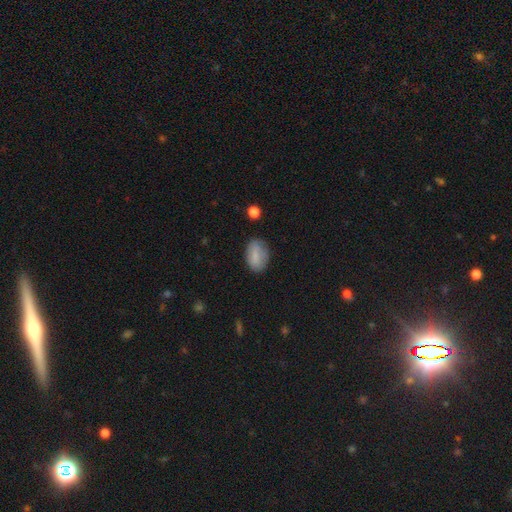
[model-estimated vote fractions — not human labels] Smooth or featured?
  - smooth: 80% *
  - featured or disk: 13%
  - star or artifact: 7%
How rounded?
  - in between: 88% *
  - round: 10%
  - cigar-shaped: 2%
Merging?
  - none: 76% *
  - minor disturbance: 18%
  - major disturbance: 5%
  - merger: 2%